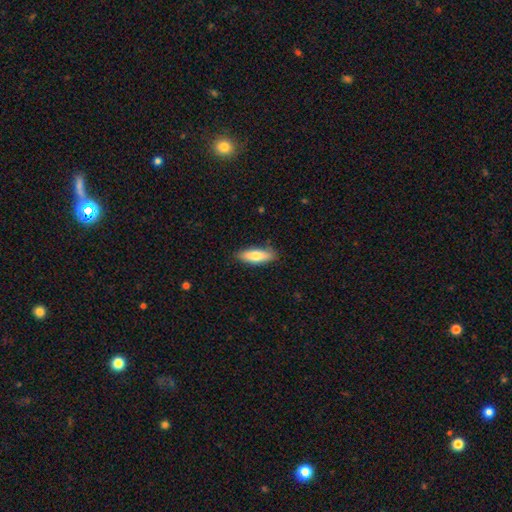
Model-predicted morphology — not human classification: smooth 77%, featured or disk 17%, star or artifact 6%. Down the decision tree: how rounded — in between (53%); merging — none (85%).